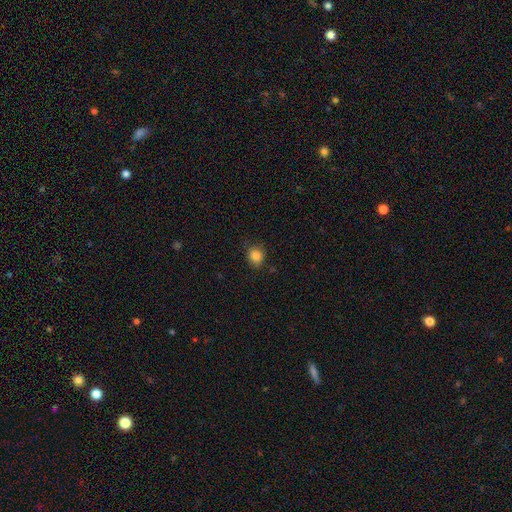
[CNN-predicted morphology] Smooth or featured? smooth (85%)
How rounded? round (77%)
Merging? none (81%)